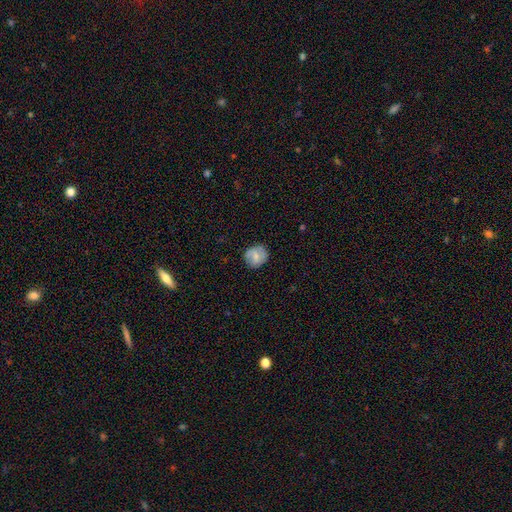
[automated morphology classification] Smooth or featured? Predicted: smooth (p=0.59). How rounded? Predicted: round (p=0.76). Merging? Predicted: none (p=0.73).